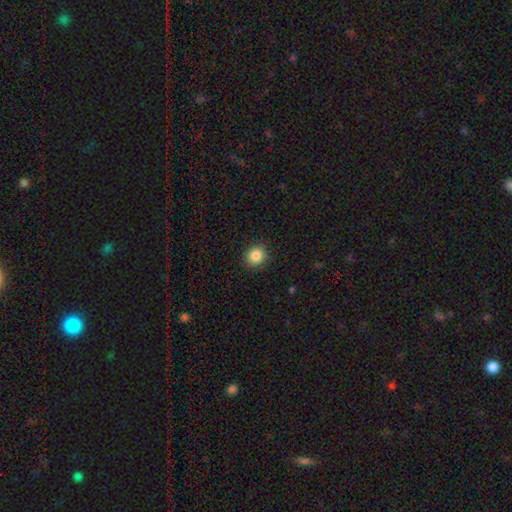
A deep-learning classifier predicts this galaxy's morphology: A smooth galaxy with no disk features (85%) that is round (85%).

Vote fractions:
- Smooth or featured? smooth: 85% / star or artifact: 10% / featured or disk: 5%
- How rounded? round: 85% / in between: 14% / cigar-shaped: 1%
- Merging? none: 91% / minor disturbance: 6% / major disturbance: 2% / merger: 1%